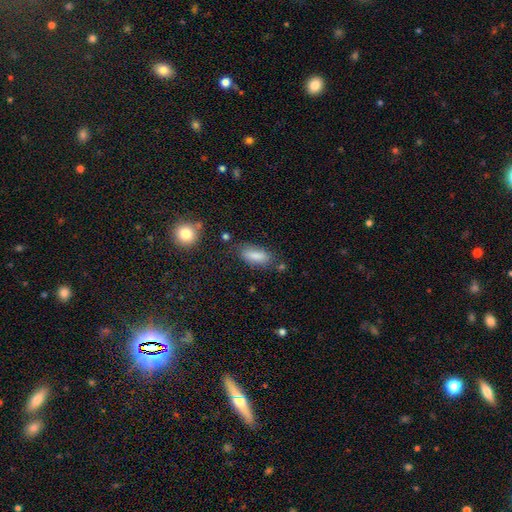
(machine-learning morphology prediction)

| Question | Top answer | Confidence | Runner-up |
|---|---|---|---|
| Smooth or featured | smooth | 84% | featured or disk (9%) |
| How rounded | in between | 78% | cigar-shaped (20%) |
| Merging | none | 72% | minor disturbance (18%) |